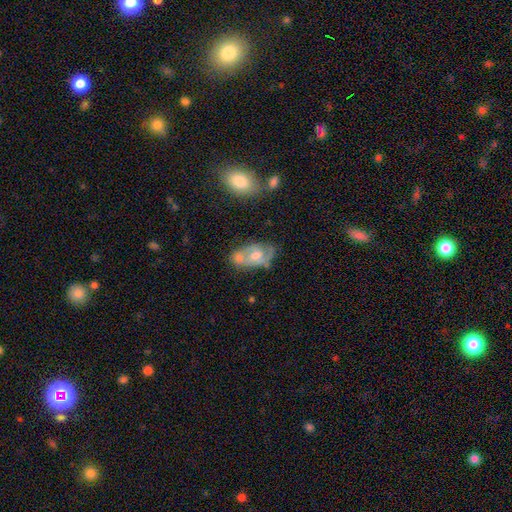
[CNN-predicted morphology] This is likely a featured or disk galaxy (62%). It is clearly not viewed edge-on (94%). Bar: likely no (70%). Spiral arm pattern: likely yes (63%). Central bulge: likely moderate (65%). Merging: marginally none (37%).